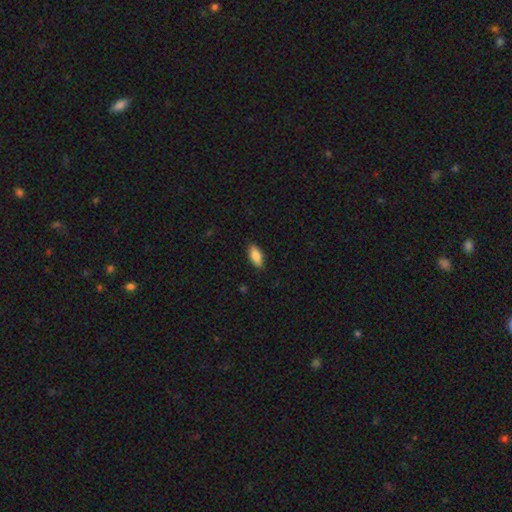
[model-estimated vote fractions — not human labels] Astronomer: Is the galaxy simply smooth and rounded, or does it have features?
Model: smooth — 84%.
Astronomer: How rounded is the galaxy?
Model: in between — 88%.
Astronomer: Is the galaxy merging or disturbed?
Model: none — 87%.